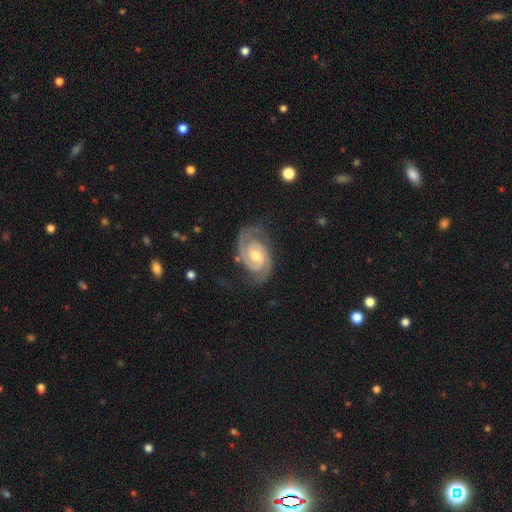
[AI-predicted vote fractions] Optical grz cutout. It shows a featured or disk galaxy (92%) with no bar (53%), 2 (88%) tight (64%) spiral arms (98%) and a moderate central bulge (68%). Merging: none (76%).